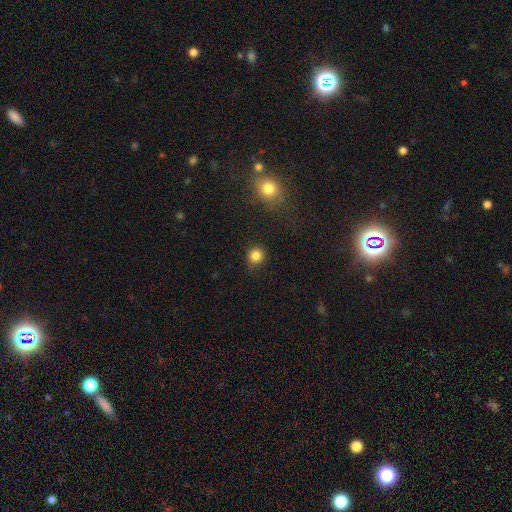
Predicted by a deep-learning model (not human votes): Smooth or featured? Predicted: smooth (p=0.84). How rounded? Predicted: round (p=0.92). Merging? Predicted: none (p=0.85).